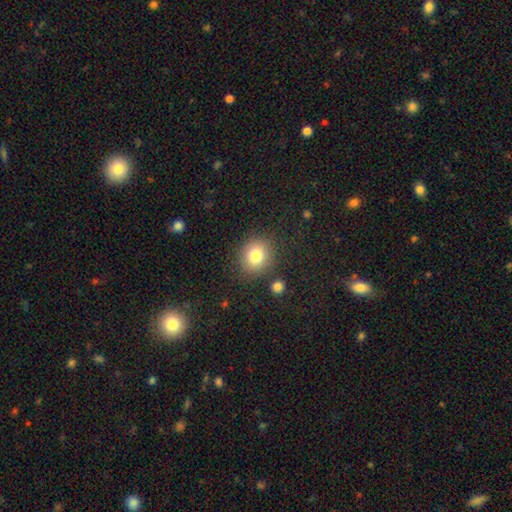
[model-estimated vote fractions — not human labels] Q: Smooth or featured?
A: smooth (80%); runner-up: star or artifact (11%)
Q: How rounded?
A: round (77%); runner-up: in between (22%)
Q: Merging?
A: none (84%); runner-up: minor disturbance (9%)